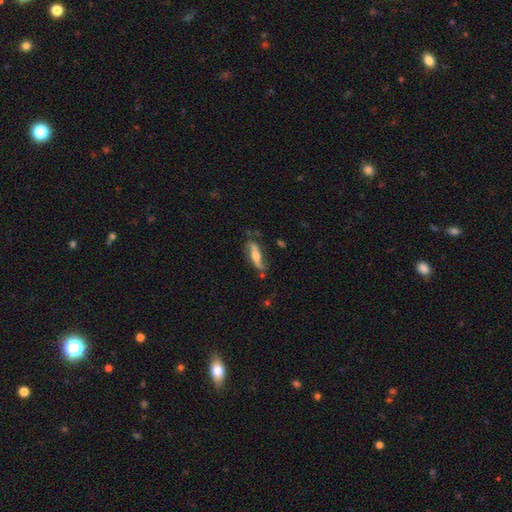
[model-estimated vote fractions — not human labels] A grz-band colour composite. It shows a featured or disk galaxy (61%). Merging: none (64%).